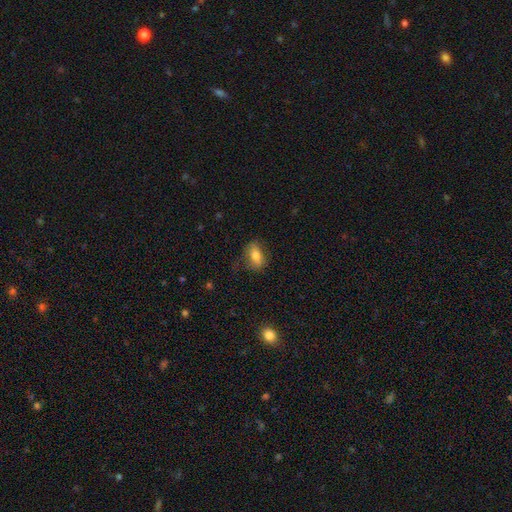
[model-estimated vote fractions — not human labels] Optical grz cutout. It shows a smooth galaxy with no disk features (71%) that is in between round and cigar-shaped (83%). Merging: none (69%).